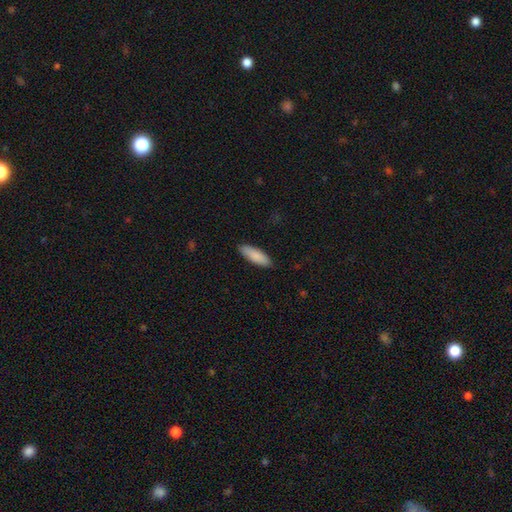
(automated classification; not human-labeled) The model was most divided on "how rounded": in between: 61%, cigar-shaped: 38%, round: 2%. More confident: smooth or featured — smooth (88%); merging — none (88%).